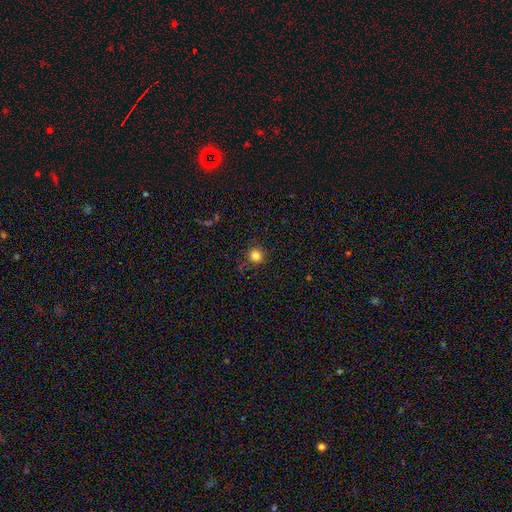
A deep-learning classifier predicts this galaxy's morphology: This is clearly a smooth galaxy (82%). How rounded: clearly round (93%). Merging: clearly none (87%).